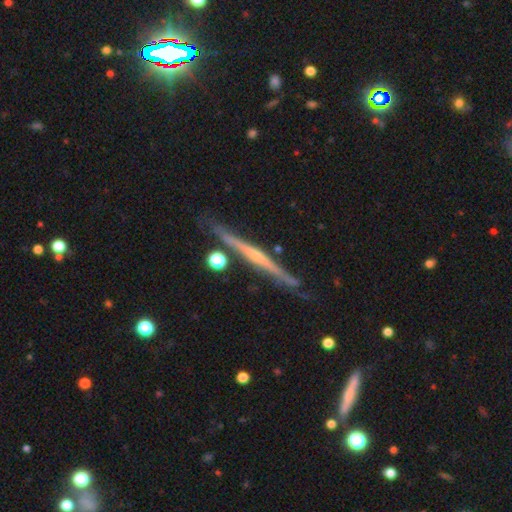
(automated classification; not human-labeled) Smooth or featured?
  - featured or disk: 75% *
  - smooth: 19%
  - star or artifact: 6%
Edge-on disk?
  - yes: 98% *
  - no: 2%
Edge-on bulge?
  - none: 49% *
  - rounded: 42%
  - boxy: 8%
Merging?
  - none: 83% *
  - minor disturbance: 12%
  - merger: 3%
  - major disturbance: 2%